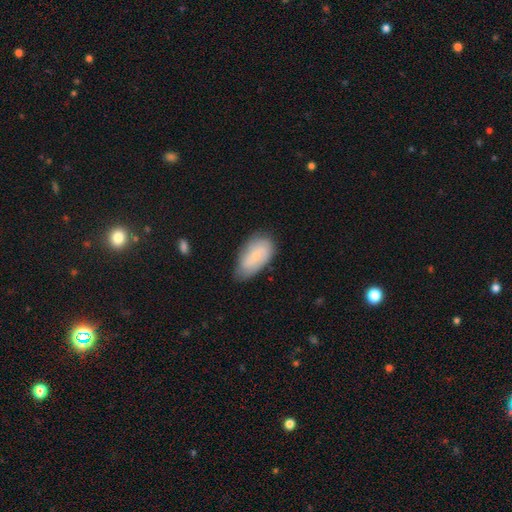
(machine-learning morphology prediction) Smooth or featured? Predicted: smooth (p=0.61). How rounded? Predicted: in between (p=0.93). Merging? Predicted: none (p=0.63).